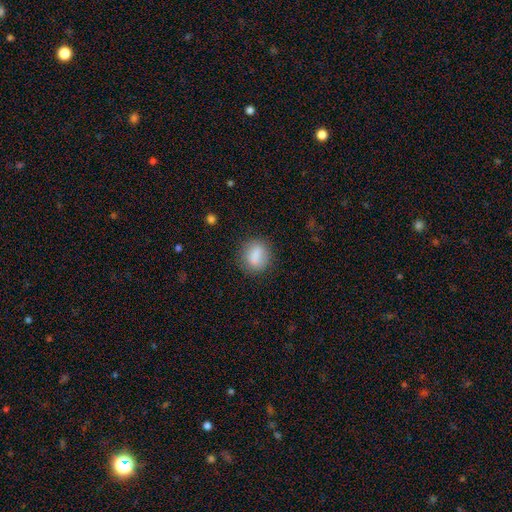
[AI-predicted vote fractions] Morphology: type=smooth (83%); roundness=round (53%); merging=none (80%).